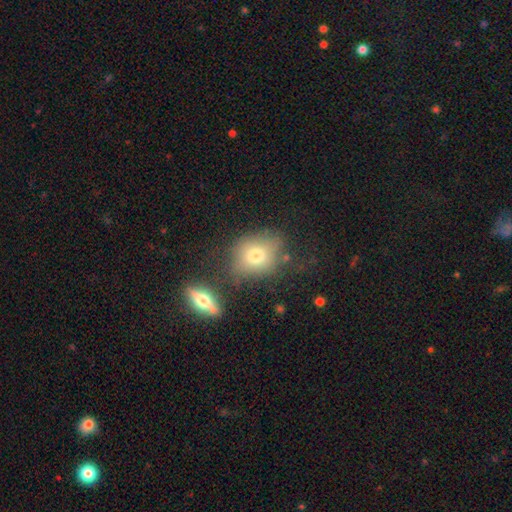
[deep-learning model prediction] Q: Smooth or featured?
A: smooth (70%); runner-up: featured or disk (18%)
Q: How rounded?
A: in between (50%); runner-up: round (48%)
Q: Merging?
A: none (64%); runner-up: minor disturbance (18%)